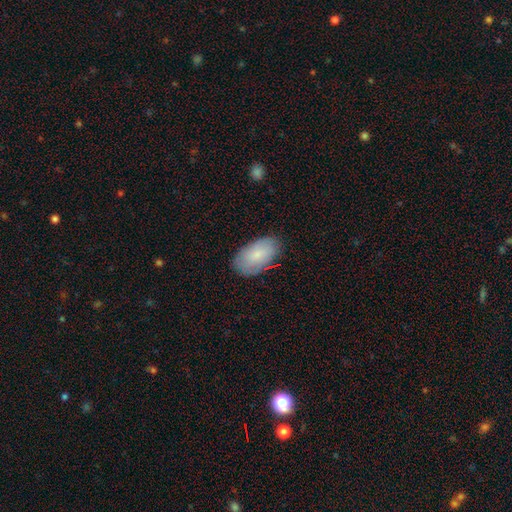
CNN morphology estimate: smooth 78%, featured or disk 16%, star or artifact 6%. Down the decision tree: how rounded — in between (95%); merging — none (80%).